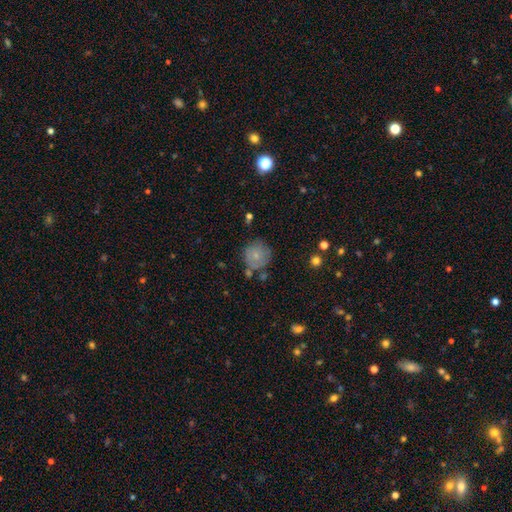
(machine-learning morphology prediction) type=smooth (63%); roundness=round (88%); merging=none (62%).